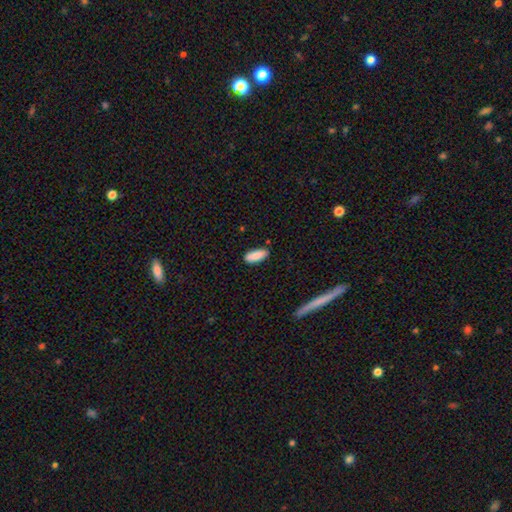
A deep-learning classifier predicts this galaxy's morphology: Smooth or featured? smooth (87%)
How rounded? in between (76%)
Merging? none (84%)